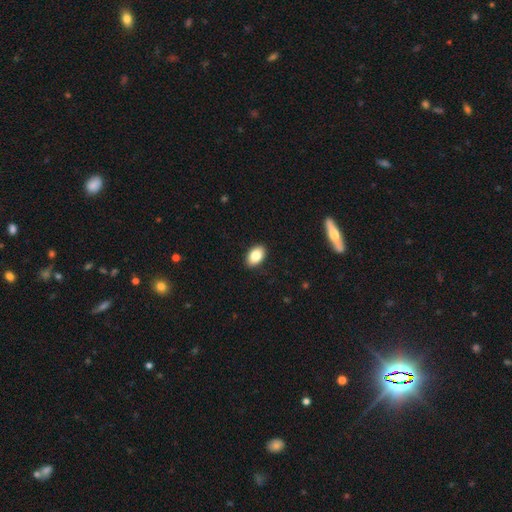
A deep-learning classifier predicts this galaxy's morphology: A smooth galaxy with no disk features (84%) that is in between round and cigar-shaped (91%). Merging: none (89%).